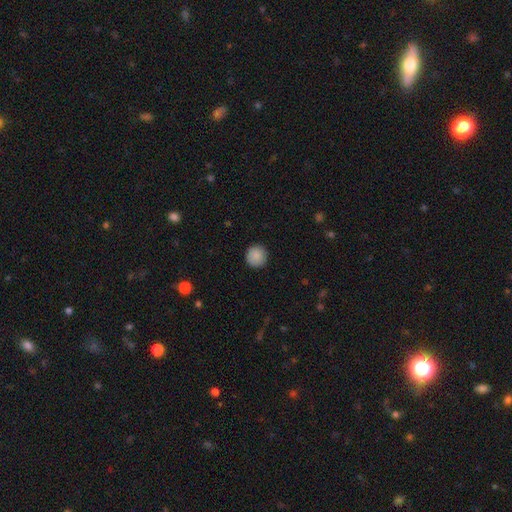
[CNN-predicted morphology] The model was most divided on "smooth or featured": smooth: 88%, star or artifact: 8%, featured or disk: 4%. More confident: how rounded — round (95%); merging — none (90%).